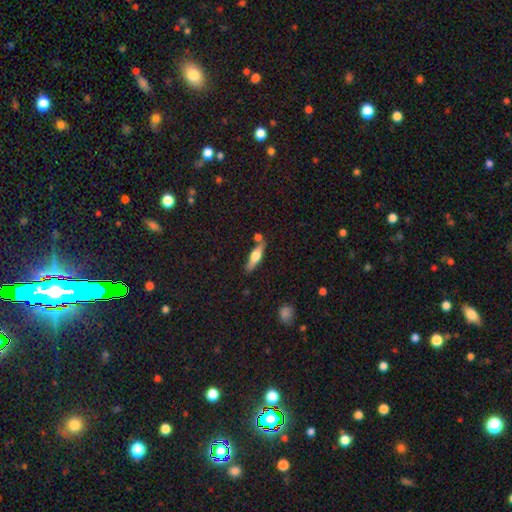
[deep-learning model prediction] Smooth or featured? featured or disk (53%)
Edge-on disk? yes (94%)
Merging? none (76%)